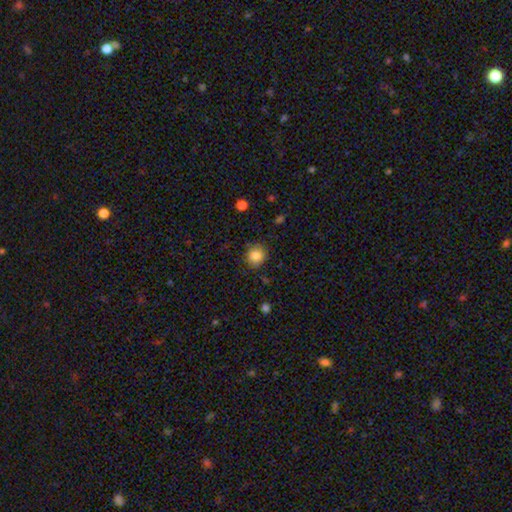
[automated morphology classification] This is clearly a smooth galaxy (85%). How rounded: clearly round (85%). Merging: clearly none (84%).